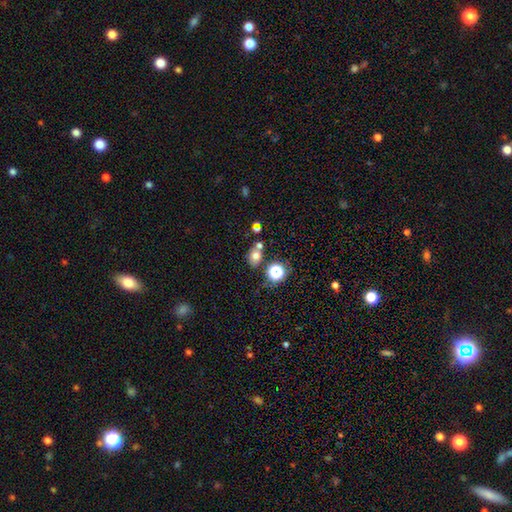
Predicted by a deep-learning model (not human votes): Overall: smooth (68%). How rounded: round (55%; in between 44%). Merging: none (59%; merger 24%).